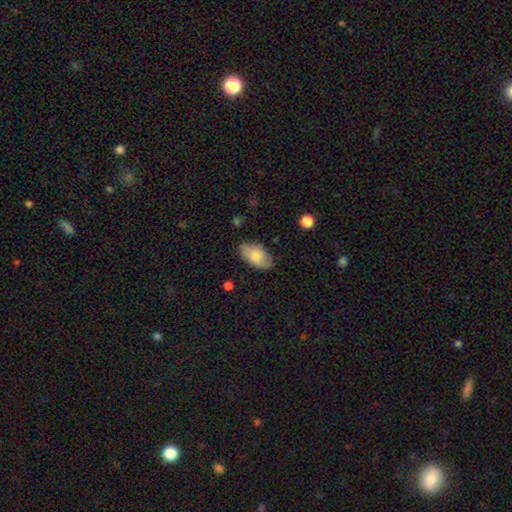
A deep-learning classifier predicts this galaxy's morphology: type=smooth (73%); roundness=in between (93%); merging=none (77%).